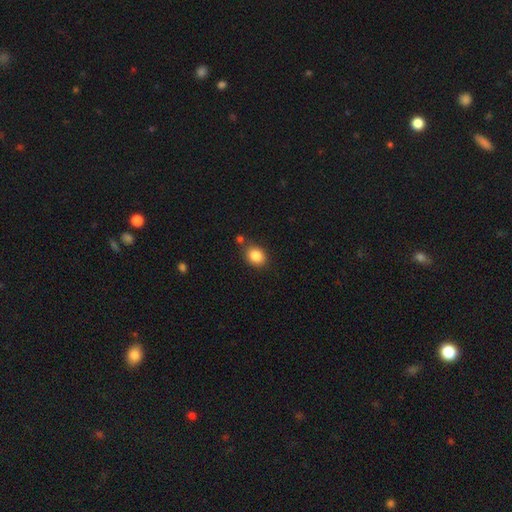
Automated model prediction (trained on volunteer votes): A smooth galaxy with no disk features (85%) that is in between round and cigar-shaped (52%). Merging: none (74%).